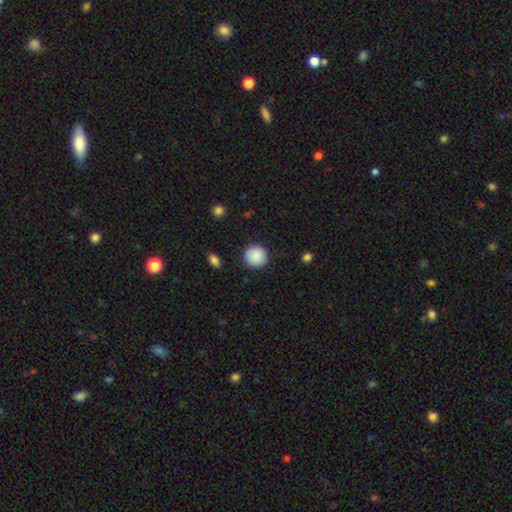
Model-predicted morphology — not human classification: Overall: smooth (89%). How rounded: round (93%). Merging: none (89%).